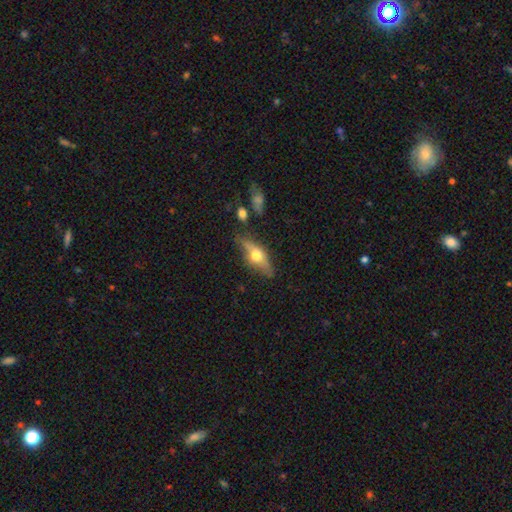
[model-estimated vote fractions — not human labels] Smooth or featured? Predicted: featured or disk (p=0.54). Edge-on disk? Predicted: yes (p=0.85). Merging? Predicted: none (p=0.74).